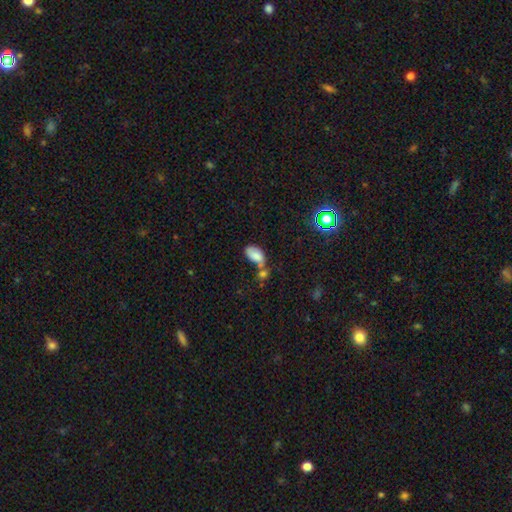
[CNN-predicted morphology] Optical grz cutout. It shows a smooth galaxy with no disk features (77%) that is in between round and cigar-shaped (93%). Merging: merger (42%).